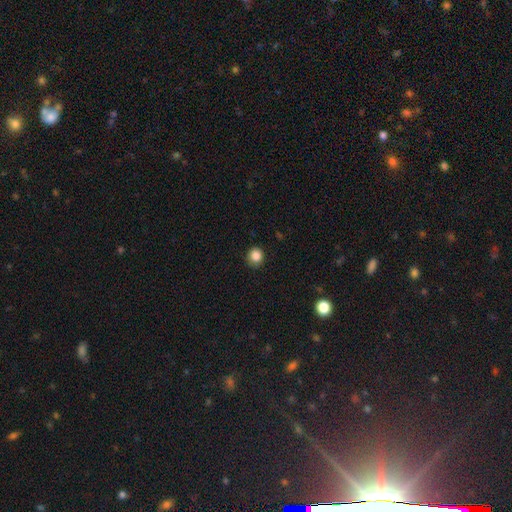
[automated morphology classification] Q: Smooth or featured?
A: smooth (86%); runner-up: star or artifact (11%)
Q: How rounded?
A: round (88%); runner-up: in between (11%)
Q: Merging?
A: none (87%); runner-up: minor disturbance (10%)